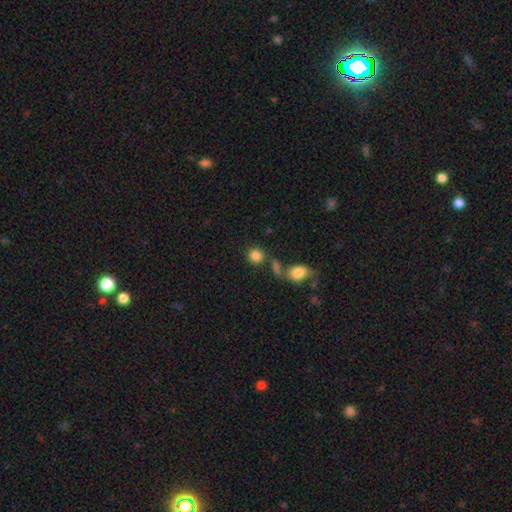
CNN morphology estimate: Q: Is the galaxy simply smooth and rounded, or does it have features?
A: smooth — 84%.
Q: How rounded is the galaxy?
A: round — 82%.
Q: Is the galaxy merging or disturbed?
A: none — 67%.